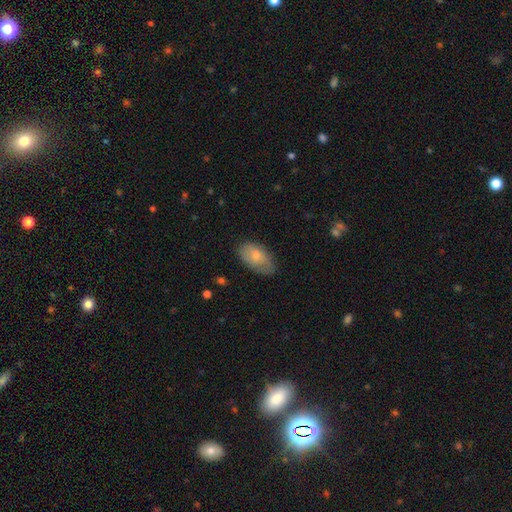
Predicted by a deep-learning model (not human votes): Morphology: type=smooth (72%); roundness=in between (93%); merging=none (67%).